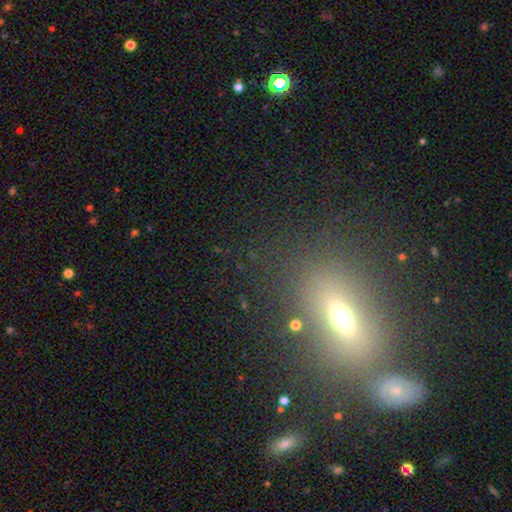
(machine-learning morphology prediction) Smooth or featured?
  - smooth: 48% *
  - star or artifact: 30%
  - featured or disk: 22%
Merging?
  - none: 68% *
  - minor disturbance: 12%
  - merger: 11%
  - major disturbance: 8%